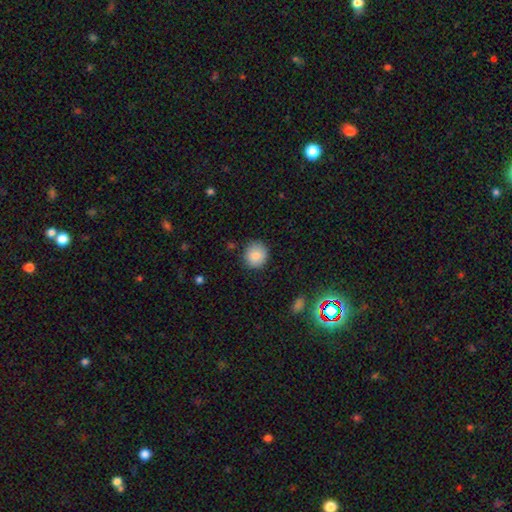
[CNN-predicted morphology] This is clearly a smooth galaxy (86%). How rounded: clearly round (90%). Merging: clearly none (87%).